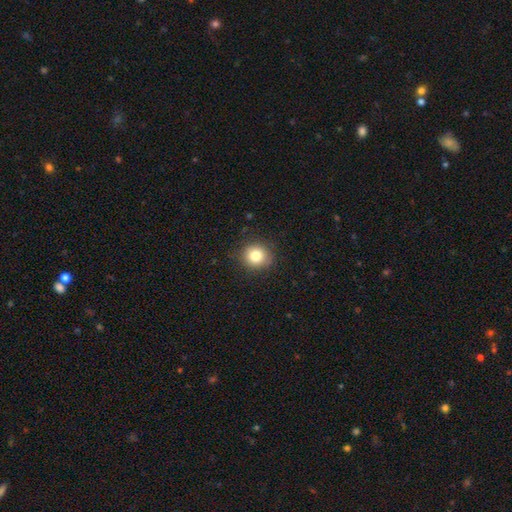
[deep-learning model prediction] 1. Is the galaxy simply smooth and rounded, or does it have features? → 81% smooth, 11% star or artifact, 8% featured or disk.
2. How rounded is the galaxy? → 88% round, 11% in between, 1% cigar-shaped.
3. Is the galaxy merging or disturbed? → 88% none, 9% minor disturbance, 2% major disturbance, 1% merger.